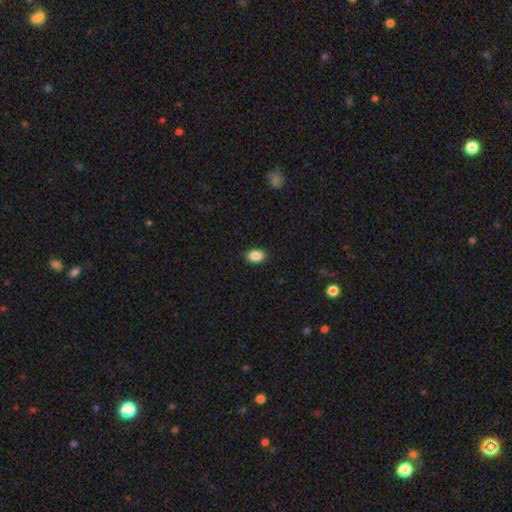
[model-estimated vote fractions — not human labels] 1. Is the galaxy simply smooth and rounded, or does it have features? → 88% smooth, 8% star or artifact, 4% featured or disk.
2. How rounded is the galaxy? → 82% in between, 16% round, 1% cigar-shaped.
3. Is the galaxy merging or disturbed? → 90% none, 7% minor disturbance, 2% major disturbance, 1% merger.